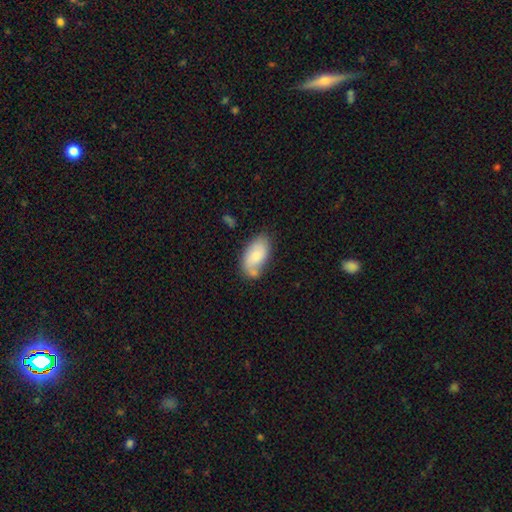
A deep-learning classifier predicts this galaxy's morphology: Overall: smooth (70%). How rounded: in between (94%). Merging: none (55%; minor disturbance 24%).